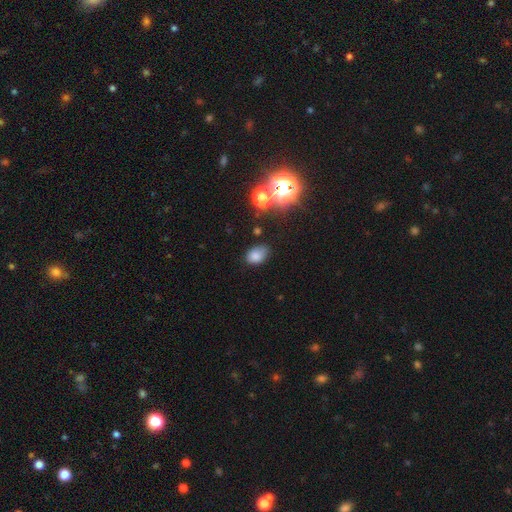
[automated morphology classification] smooth-or-featured: smooth: 76% | star or artifact: 15% | featured or disk: 9%
  how-rounded: in between: 77% | round: 22% | cigar-shaped: 1%
  merging: none: 60% | minor disturbance: 27% | major disturbance: 8% | merger: 5%